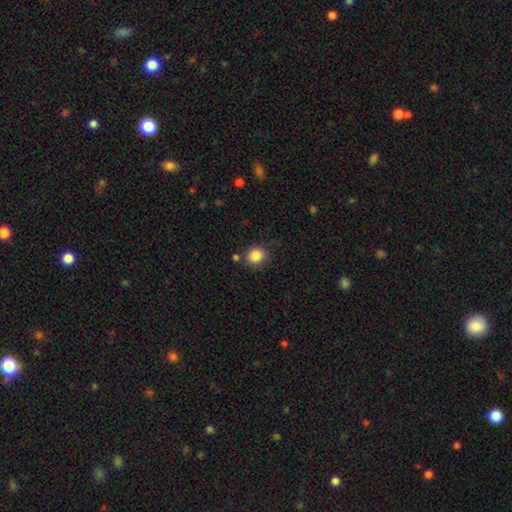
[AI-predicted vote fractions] smooth_or_featured: smooth (p=0.86) [alt: star or artifact p=0.10]
how_rounded: round (p=0.84) [alt: in between p=0.15]
merging: none (p=0.79) [alt: minor disturbance p=0.12]